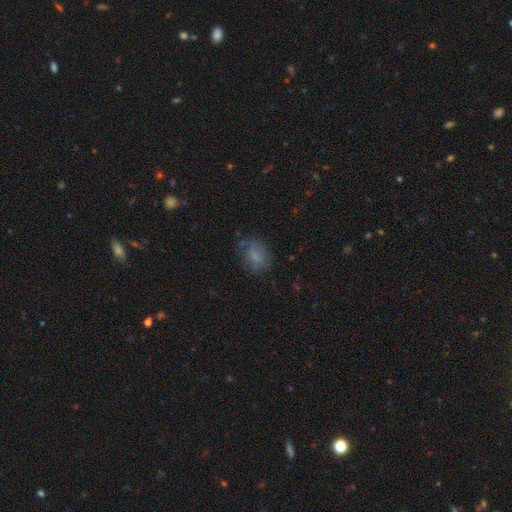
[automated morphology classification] smooth 72%, featured or disk 16%, star or artifact 12%. Down the decision tree: how rounded — in between (60%); merging — none (67%).